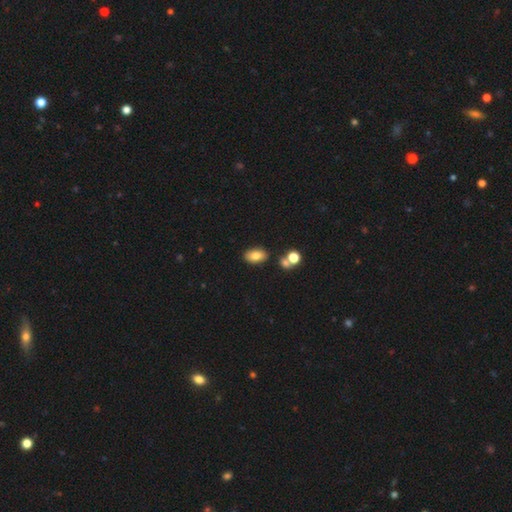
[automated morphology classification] A smooth galaxy with no disk features (80%) that is in between round and cigar-shaped (90%).

Vote fractions:
- Smooth or featured? smooth: 80% / featured or disk: 10% / star or artifact: 10%
- How rounded? in between: 90% / round: 8% / cigar-shaped: 2%
- Merging? none: 79% / minor disturbance: 10% / merger: 8% / major disturbance: 3%